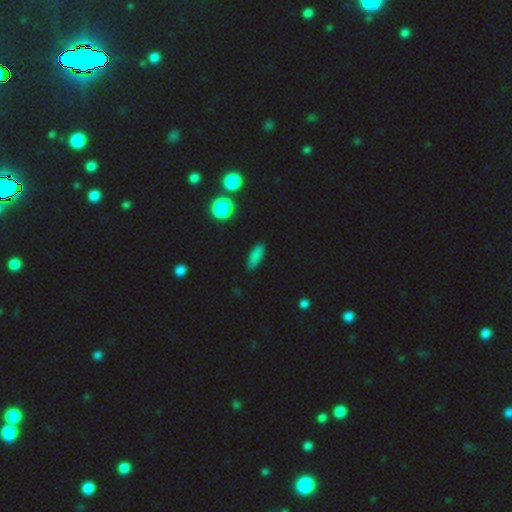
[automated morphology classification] A smooth galaxy with no disk features (81%) that is in between round and cigar-shaped (63%).

Vote fractions:
- Smooth or featured? smooth: 81% / star or artifact: 11% / featured or disk: 7%
- How rounded? in between: 63% / cigar-shaped: 33% / round: 4%
- Merging? none: 85% / minor disturbance: 11% / major disturbance: 2% / merger: 2%